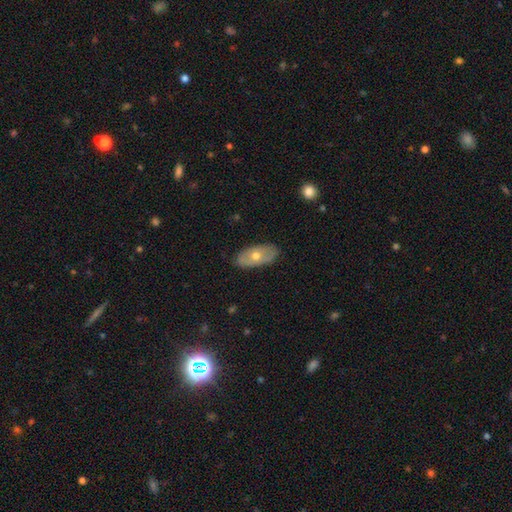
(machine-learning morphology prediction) smooth 48%, featured or disk 45%, star or artifact 6%. Down the decision tree: merging — none (84%).